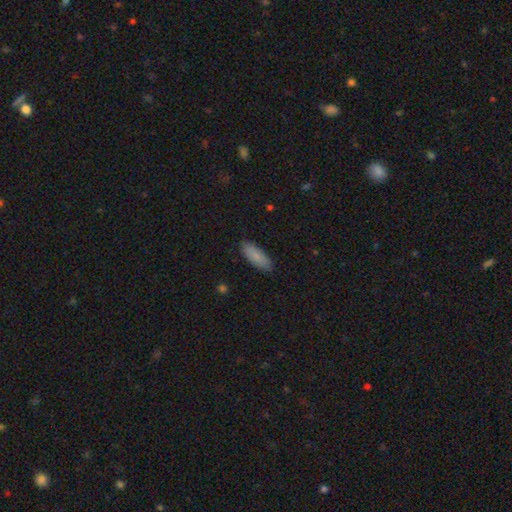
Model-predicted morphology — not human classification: Smooth or featured? Predicted: smooth (p=0.86). How rounded? Predicted: in between (p=0.68). Merging? Predicted: none (p=0.88).